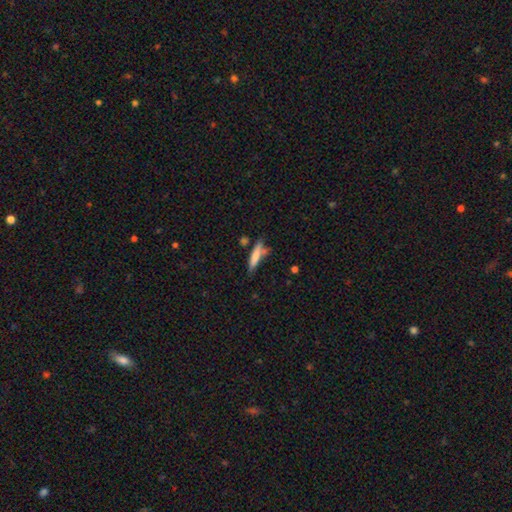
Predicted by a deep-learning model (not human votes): Overall: smooth (73%). How rounded: cigar-shaped (83%). Merging: none (62%).